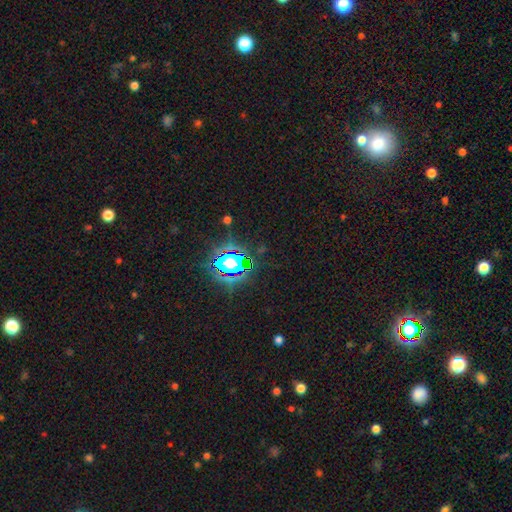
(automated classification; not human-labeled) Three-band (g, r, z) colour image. It shows a star or artifact, not a galaxy (82%).